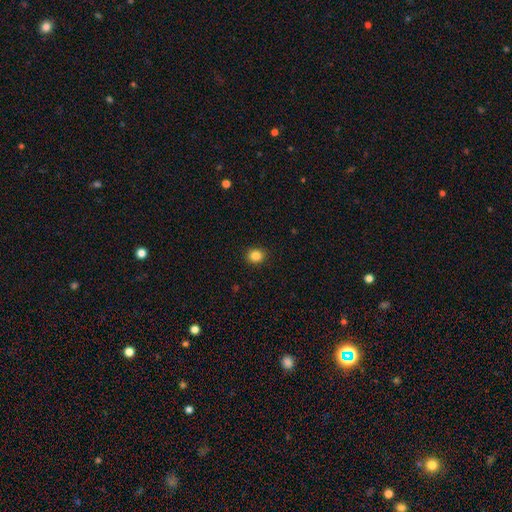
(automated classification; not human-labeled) smooth_or_featured: smooth (p=0.85) [alt: star or artifact p=0.11]
how_rounded: round (p=0.70) [alt: in between p=0.29]
merging: none (p=0.90) [alt: minor disturbance p=0.07]